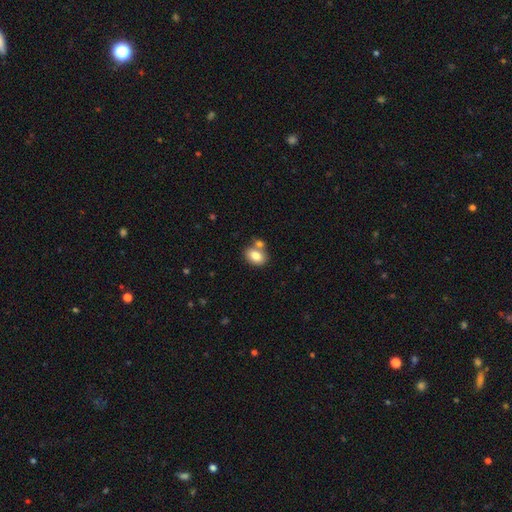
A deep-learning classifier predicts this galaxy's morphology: A smooth galaxy with no disk features (81%) that is in between round and cigar-shaped (74%).

Vote fractions:
- Smooth or featured? smooth: 81% / featured or disk: 11% / star or artifact: 8%
- How rounded? in between: 74% / round: 25% / cigar-shaped: 1%
- Merging? none: 55% / merger: 29% / minor disturbance: 12% / major disturbance: 3%